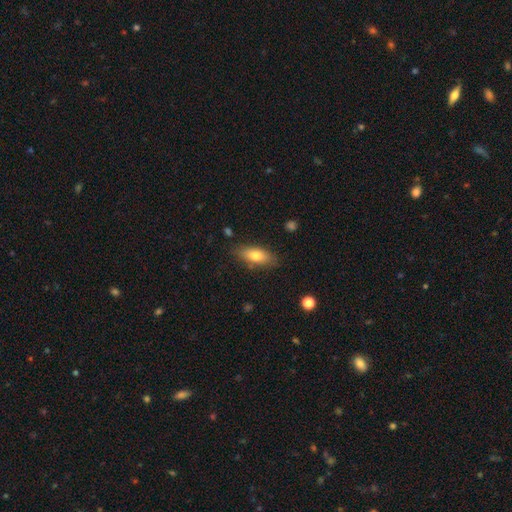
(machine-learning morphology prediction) The model was most divided on "how rounded": in between: 75%, cigar-shaped: 22%, round: 3%. More confident: merging — none (81%); smooth or featured — smooth (74%).